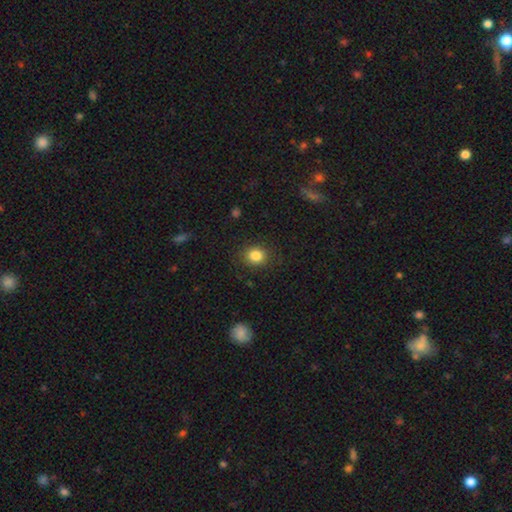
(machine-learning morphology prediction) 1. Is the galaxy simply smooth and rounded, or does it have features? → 84% smooth, 11% star or artifact, 6% featured or disk.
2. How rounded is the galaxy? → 75% round, 24% in between, 1% cigar-shaped.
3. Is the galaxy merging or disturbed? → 87% none, 9% minor disturbance, 3% major disturbance, 1% merger.